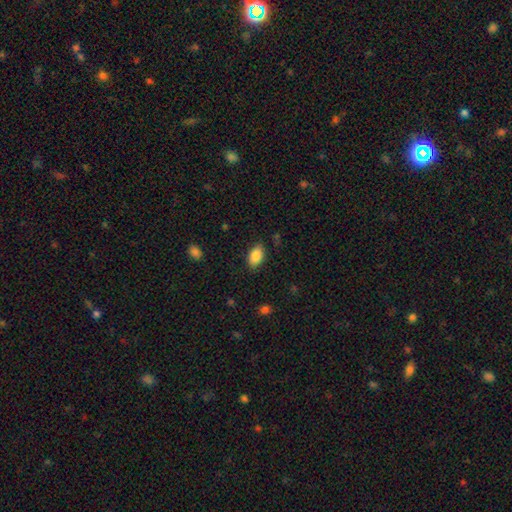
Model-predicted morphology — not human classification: type=smooth (87%); roundness=in between (92%); merging=none (84%).